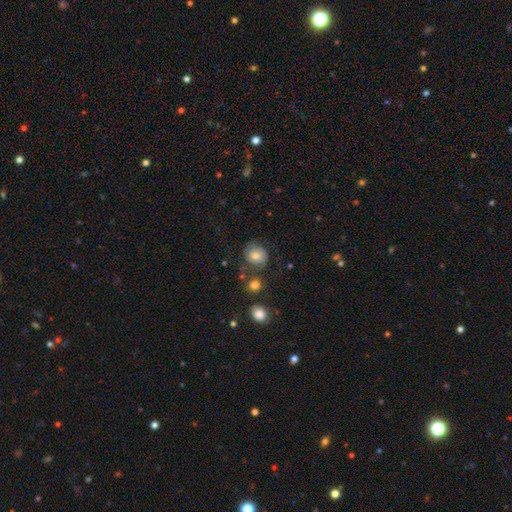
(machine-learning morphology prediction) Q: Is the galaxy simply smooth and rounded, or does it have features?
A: smooth — 72%.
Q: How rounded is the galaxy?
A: round — 75%.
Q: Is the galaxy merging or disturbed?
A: none — 69%.